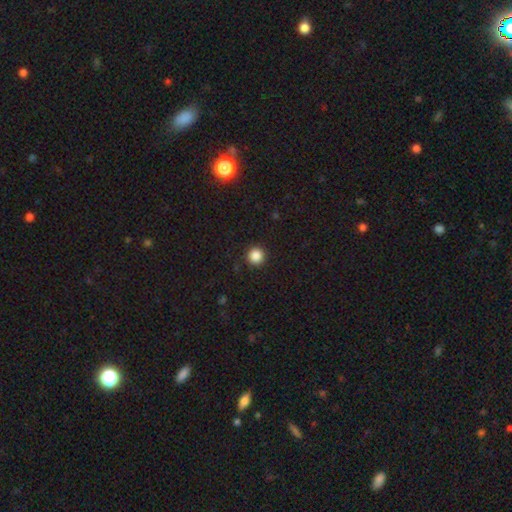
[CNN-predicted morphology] The model was most divided on "smooth or featured": smooth: 86%, star or artifact: 11%, featured or disk: 3%. More confident: how rounded — round (96%); merging — none (92%).